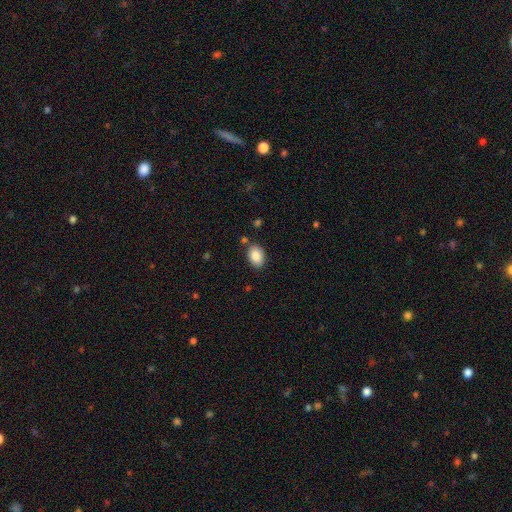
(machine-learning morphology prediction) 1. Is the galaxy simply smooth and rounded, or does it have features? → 87% smooth, 7% star or artifact, 5% featured or disk.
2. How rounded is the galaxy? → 83% in between, 16% round, 1% cigar-shaped.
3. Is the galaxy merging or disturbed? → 80% none, 12% minor disturbance, 4% merger, 3% major disturbance.